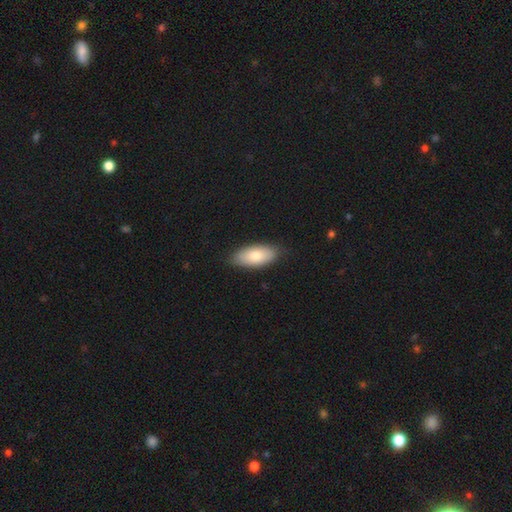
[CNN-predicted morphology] Overall: smooth (81%). How rounded: in between (88%). Merging: none (84%).